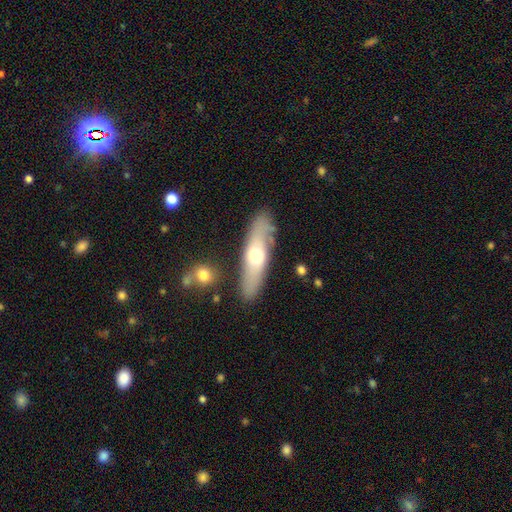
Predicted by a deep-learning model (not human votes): smooth_or_featured: smooth (p=0.53) [alt: featured or disk p=0.41]
how_rounded: cigar-shaped (p=0.62) [alt: in between p=0.36]
merging: none (p=0.78) [alt: minor disturbance p=0.14]